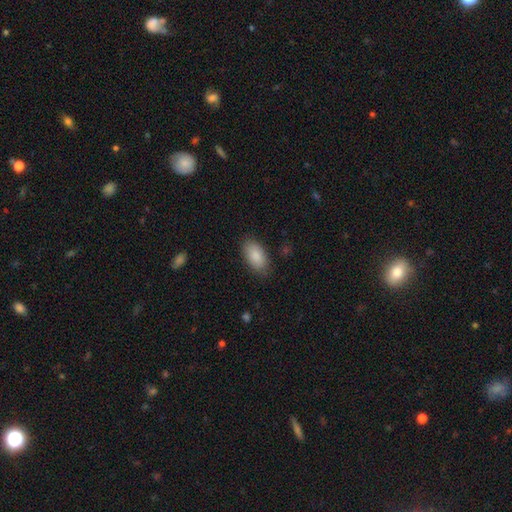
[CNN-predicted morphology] Q: Smooth or featured?
A: smooth (87%); runner-up: featured or disk (6%)
Q: How rounded?
A: in between (94%); runner-up: round (3%)
Q: Merging?
A: none (83%); runner-up: minor disturbance (13%)